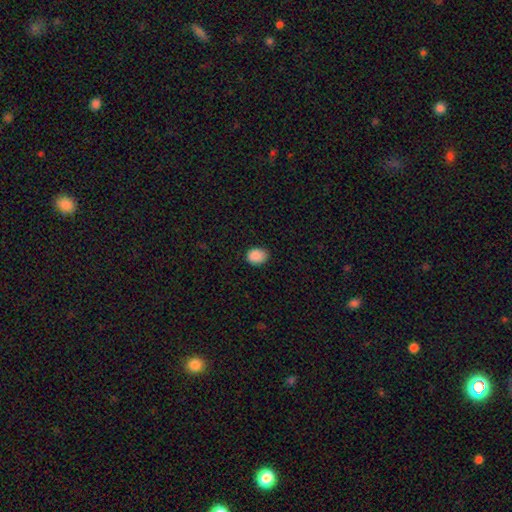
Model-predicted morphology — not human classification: Smooth or featured? smooth (89%)
How rounded? in between (57%)
Merging? none (81%)